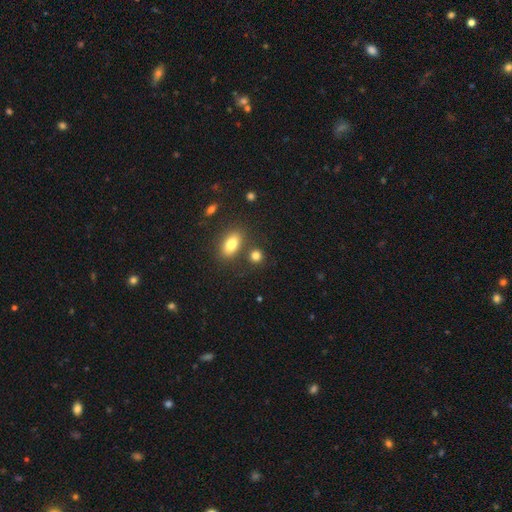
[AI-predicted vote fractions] Morphology: type=smooth (81%); roundness=round (67%); merging=none (73%).